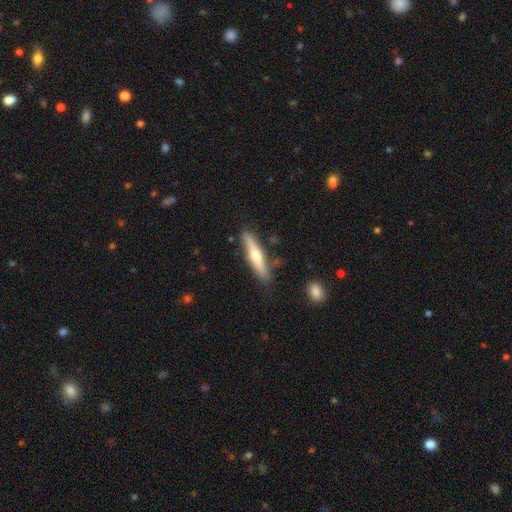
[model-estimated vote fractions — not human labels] Smooth or featured?
  - featured or disk: 55% *
  - smooth: 40%
  - star or artifact: 5%
Edge-on disk?
  - yes: 93% *
  - no: 7%
Edge-on bulge?
  - rounded: 90% *
  - none: 6%
  - boxy: 4%
Merging?
  - none: 82% *
  - minor disturbance: 13%
  - merger: 3%
  - major disturbance: 2%